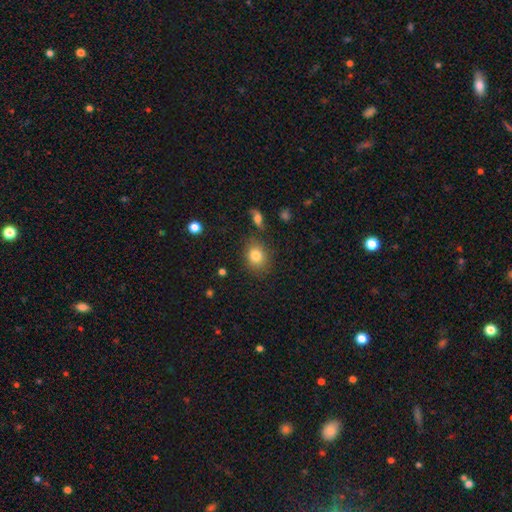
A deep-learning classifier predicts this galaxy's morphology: The model was most divided on "how rounded": round: 51%, in between: 48%, cigar-shaped: 1%. More confident: merging — none (82%); smooth or featured — smooth (81%).